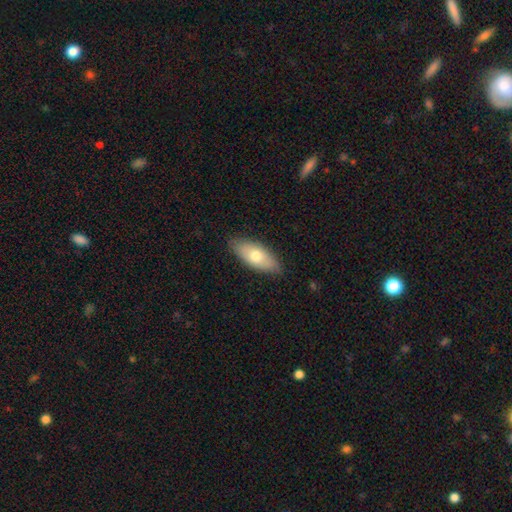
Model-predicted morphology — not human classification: Smooth or featured: smooth — 68% (featured or disk — 26%)
How rounded: in between — 85% (cigar-shaped — 13%)
Merging: none — 84% (minor disturbance — 13%)